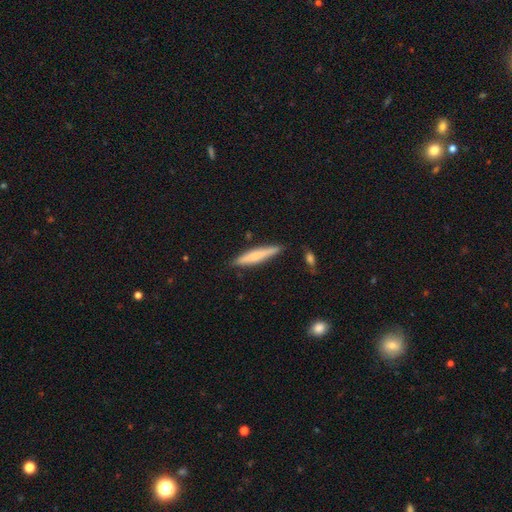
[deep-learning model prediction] Smooth or featured?
  - smooth: 66% *
  - featured or disk: 28%
  - star or artifact: 6%
How rounded?
  - cigar-shaped: 91% *
  - in between: 8%
  - round: 1%
Merging?
  - none: 83% *
  - minor disturbance: 12%
  - merger: 2%
  - major disturbance: 2%